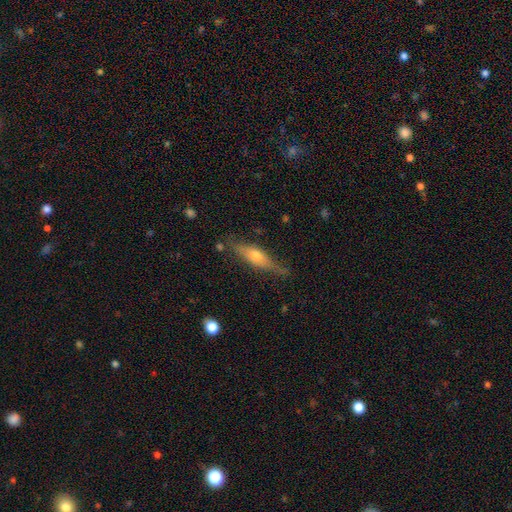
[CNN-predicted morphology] Smooth or featured: featured or disk — 56% (smooth — 37%)
Edge-on disk: yes — 88% (no — 12%)
Merging: none — 73% (minor disturbance — 19%)